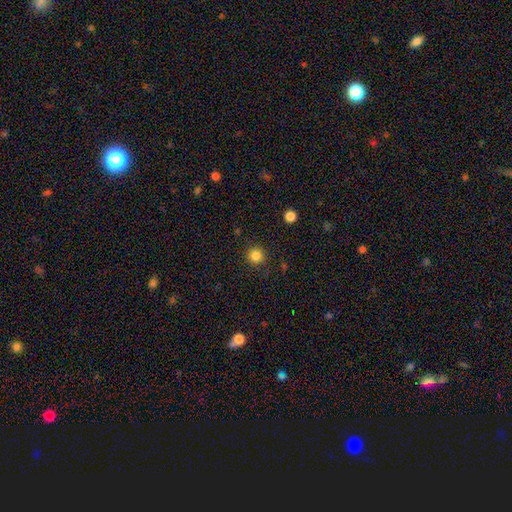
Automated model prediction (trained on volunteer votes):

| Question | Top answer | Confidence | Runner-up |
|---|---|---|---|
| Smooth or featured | smooth | 84% | star or artifact (12%) |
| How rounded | round | 95% | in between (4%) |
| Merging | none | 90% | minor disturbance (6%) |